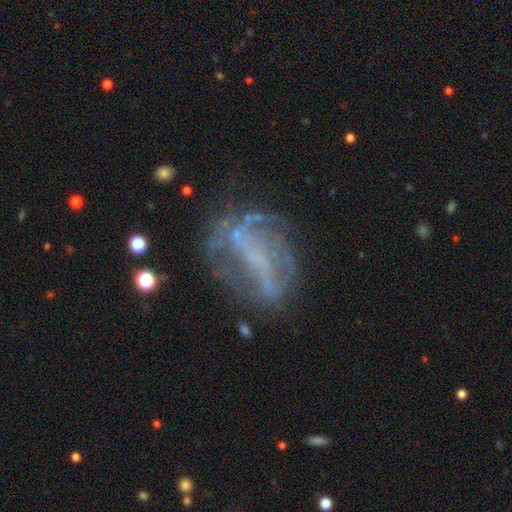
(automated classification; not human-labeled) A featured or disk galaxy (67%) with a strong bar (44%), no spiral arms (51%) and no central bulge (63%). Merging: none (52%).